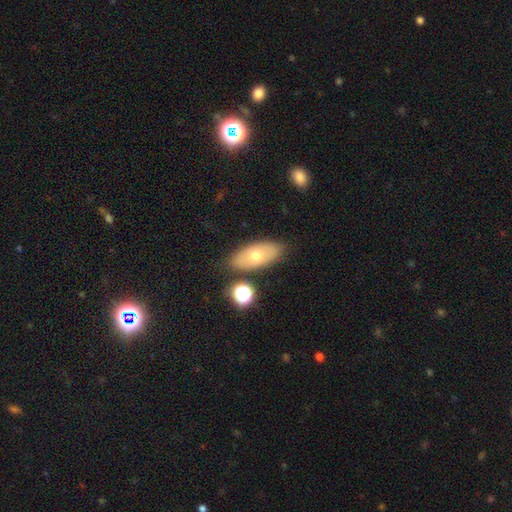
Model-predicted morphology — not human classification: Smooth or featured: smooth — 62% (featured or disk — 30%)
How rounded: in between — 87% (cigar-shaped — 7%)
Merging: none — 81% (minor disturbance — 12%)